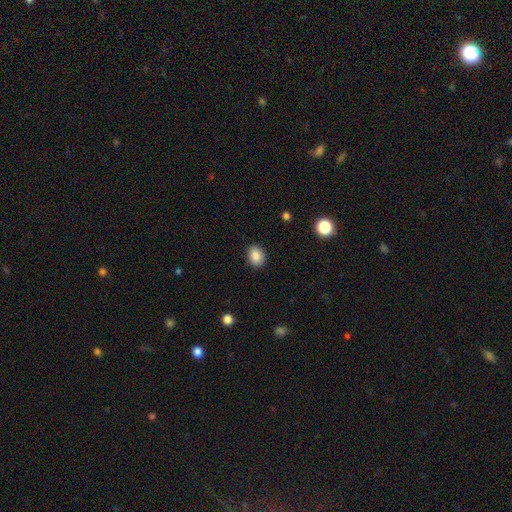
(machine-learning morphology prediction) smooth_or_featured: smooth (p=0.86) [alt: star or artifact p=0.09]
how_rounded: in between (p=0.56) [alt: round p=0.43]
merging: none (p=0.89) [alt: minor disturbance p=0.08]